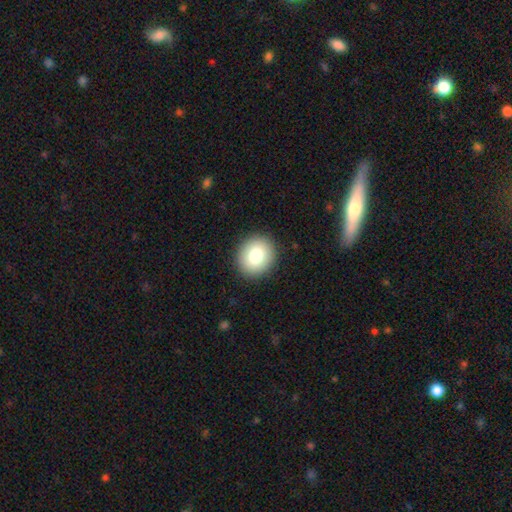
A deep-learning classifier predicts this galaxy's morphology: Q: Smooth or featured?
A: smooth (79%); runner-up: featured or disk (12%)
Q: How rounded?
A: round (79%); runner-up: in between (20%)
Q: Merging?
A: none (91%); runner-up: minor disturbance (6%)